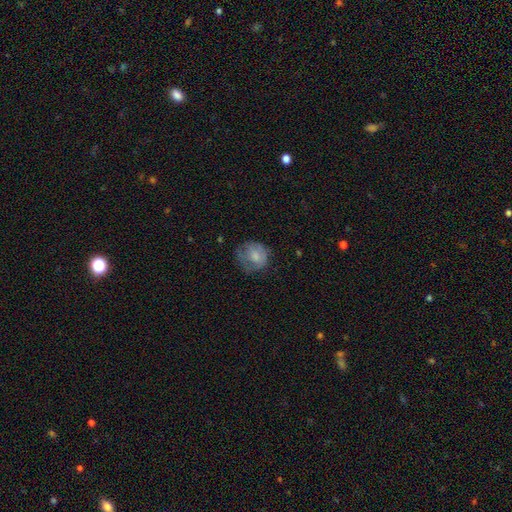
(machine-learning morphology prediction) Smooth or featured? Predicted: smooth (p=0.65). How rounded? Predicted: round (p=0.75). Merging? Predicted: none (p=0.52).